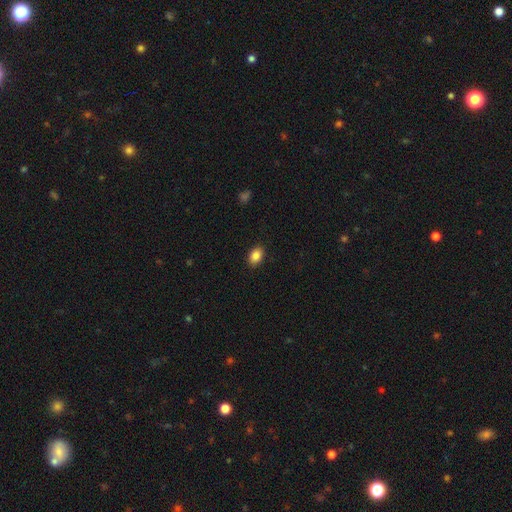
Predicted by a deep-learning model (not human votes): A smooth galaxy with no disk features (87%) that is in between round and cigar-shaped (80%). Merging: none (89%).